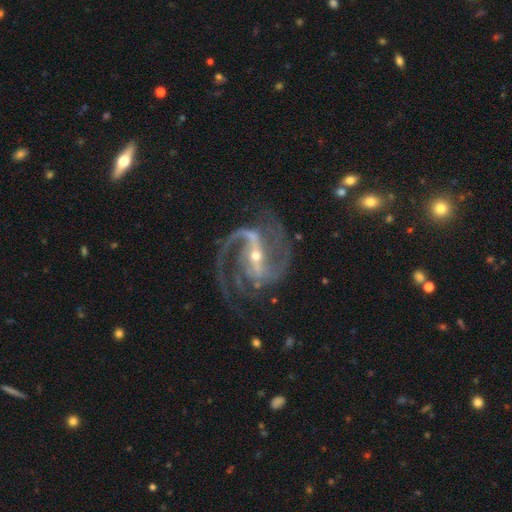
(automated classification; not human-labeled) Morphology: type=featured or disk (93%); edge-on=no (97%); bar=strong (66%); spiral arms=yes (99%); winding=medium (60%); arm count=2 (71%); bulge=small (64%); merging=none (67%).